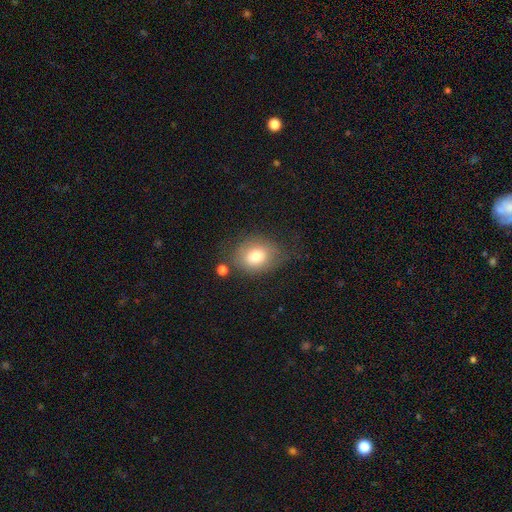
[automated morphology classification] This appears to be a smooth galaxy with no disk features (78%) that is in between round and cigar-shaped (58%). Merging: none (64%).